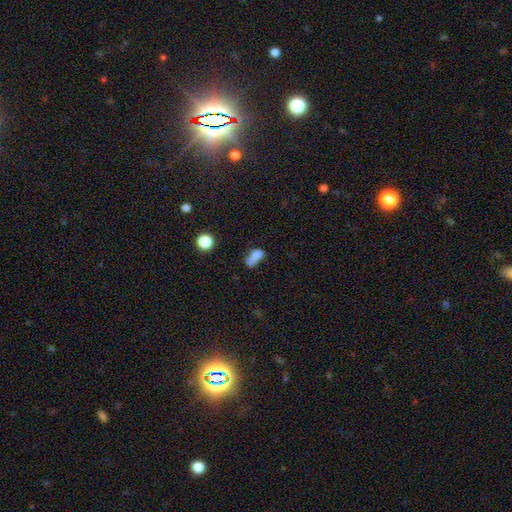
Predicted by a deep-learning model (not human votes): smooth_or_featured: smooth (p=0.69) [alt: featured or disk p=0.17]
how_rounded: in between (p=0.74) [alt: round p=0.20]
merging: merger (p=0.38) [alt: none p=0.24]